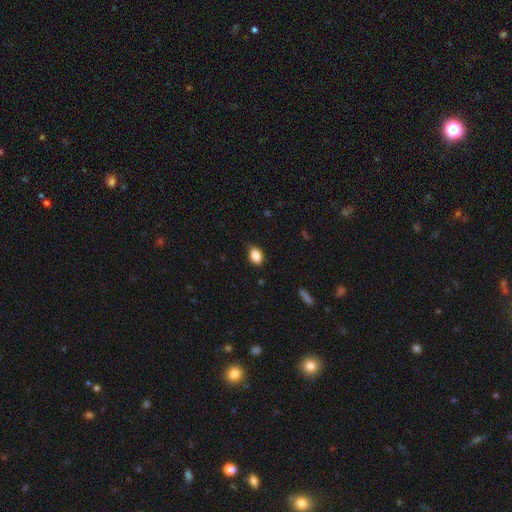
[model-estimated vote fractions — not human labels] A smooth galaxy with no disk features (87%) that is in between round and cigar-shaped (76%). Merging: none (77%).